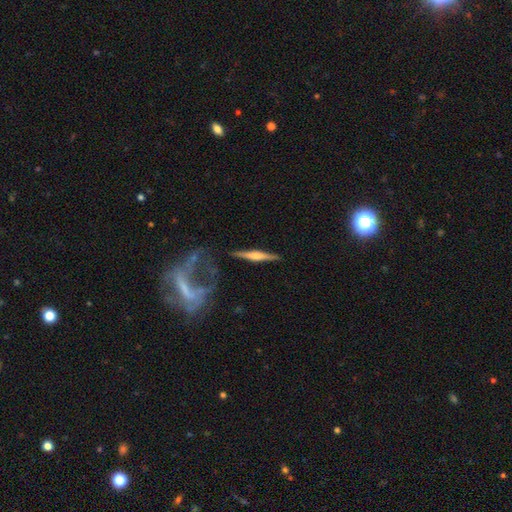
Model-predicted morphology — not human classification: This is likely a featured or disk galaxy (66%). It is clearly viewed edge-on (96%). Edge-on bulge: likely rounded (79%). Merging: clearly none (85%).